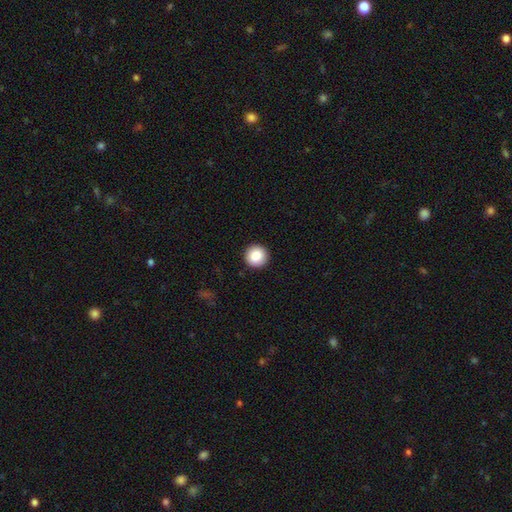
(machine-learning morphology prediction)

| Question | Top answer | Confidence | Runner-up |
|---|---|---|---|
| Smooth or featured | smooth | 87% | star or artifact (8%) |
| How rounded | round | 96% | in between (3%) |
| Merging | none | 93% | minor disturbance (5%) |